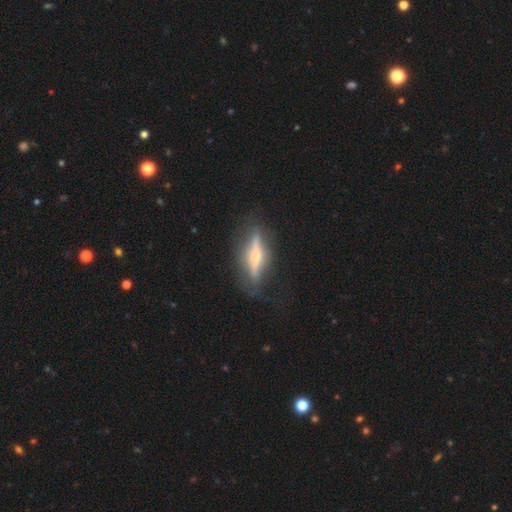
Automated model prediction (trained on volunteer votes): This is likely a featured or disk galaxy (67%). It is clearly viewed edge-on (90%). Edge-on bulge: likely rounded (73%). Merging: likely none (77%).